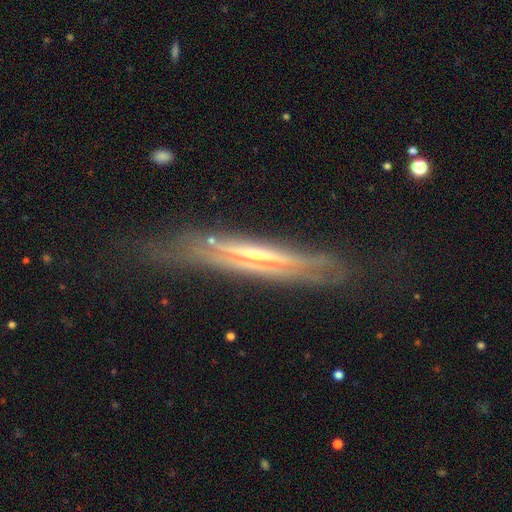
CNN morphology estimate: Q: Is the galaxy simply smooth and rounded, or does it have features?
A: featured or disk — 78%.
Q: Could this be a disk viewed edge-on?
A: yes — 86%.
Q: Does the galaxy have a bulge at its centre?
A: rounded — 46%.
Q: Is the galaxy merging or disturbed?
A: none — 67%.